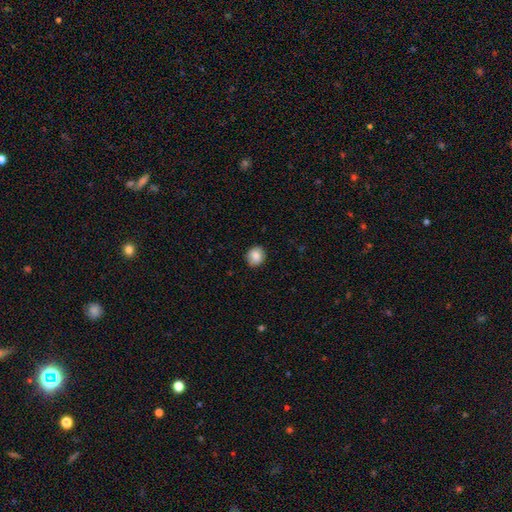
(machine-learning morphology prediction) This appears to be a smooth galaxy with no disk features (83%) that is round (81%). Merging: none (88%).